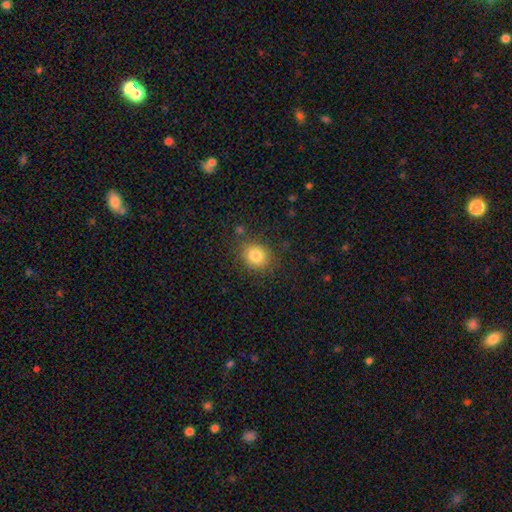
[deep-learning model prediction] smooth_or_featured: smooth (p=0.82) [alt: star or artifact p=0.11]
how_rounded: round (p=0.69) [alt: in between p=0.30]
merging: none (p=0.83) [alt: minor disturbance p=0.11]